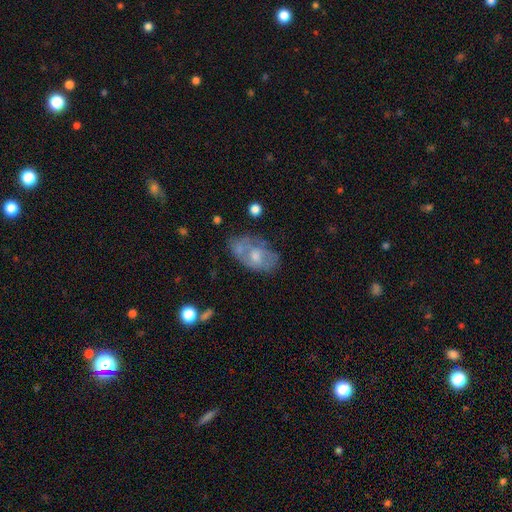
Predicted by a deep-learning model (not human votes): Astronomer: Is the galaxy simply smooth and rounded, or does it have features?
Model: featured or disk — 51% (runner-up: smooth, 41%).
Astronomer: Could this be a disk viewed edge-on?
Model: no — 93%.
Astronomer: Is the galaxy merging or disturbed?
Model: none — 48% (runner-up: minor disturbance, 26%).